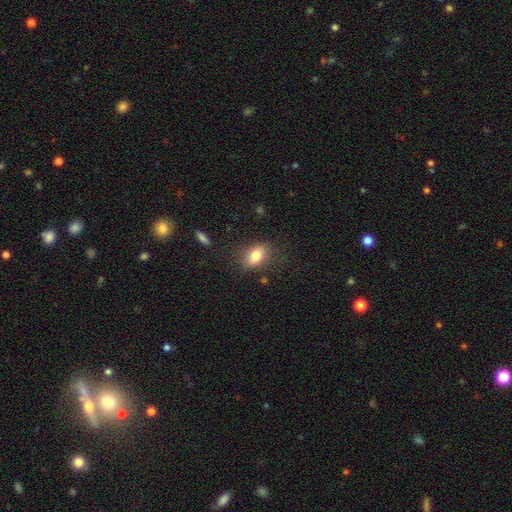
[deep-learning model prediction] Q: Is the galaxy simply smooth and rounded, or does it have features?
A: smooth — 80%.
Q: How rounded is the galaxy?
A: in between — 82%.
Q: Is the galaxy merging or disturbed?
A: none — 76%.